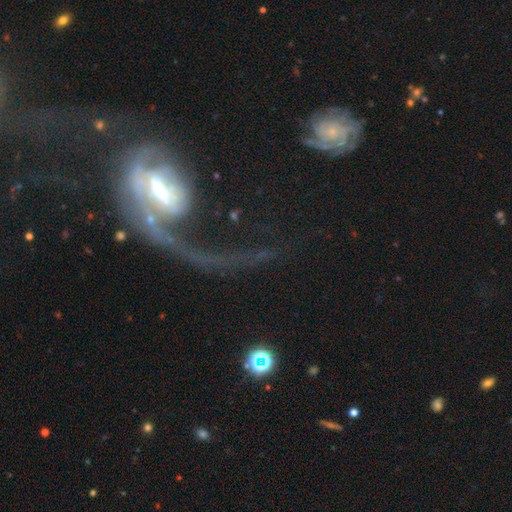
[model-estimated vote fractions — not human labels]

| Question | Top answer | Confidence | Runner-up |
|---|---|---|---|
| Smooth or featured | featured or disk | 72% | smooth (17%) |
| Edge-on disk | no | 91% | yes (9%) |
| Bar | weak | 37% | tied: no (37%) |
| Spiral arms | yes | 76% | no (24%) |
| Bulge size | moderate | 46% | small (38%) |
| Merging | major disturbance | 45% | none (25%) |